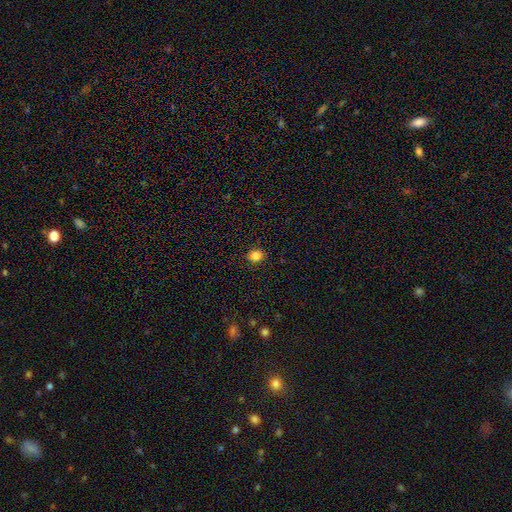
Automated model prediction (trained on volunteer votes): A smooth galaxy with no disk features (84%) that is round (72%). Merging: none (90%).